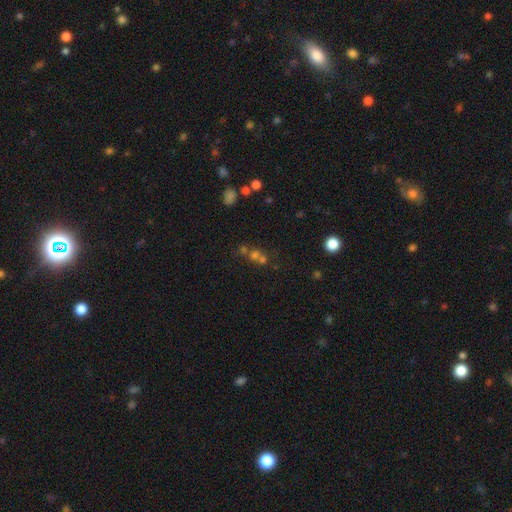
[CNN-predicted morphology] Q: Smooth or featured?
A: smooth (45%); runner-up: star or artifact (37%)
Q: Merging?
A: none (45%); runner-up: merger (42%)